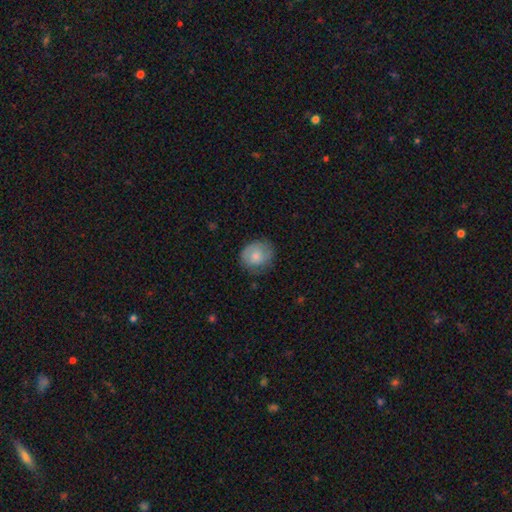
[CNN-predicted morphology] This is likely a smooth galaxy (71%). How rounded: likely round (75%). Merging: likely none (75%).